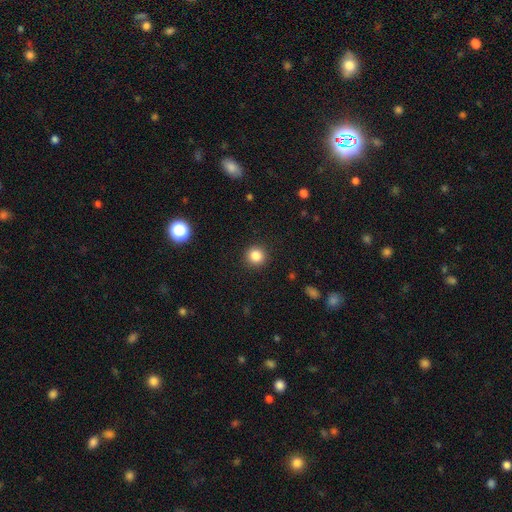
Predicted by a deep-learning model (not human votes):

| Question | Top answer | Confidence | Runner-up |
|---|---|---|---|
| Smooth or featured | smooth | 84% | star or artifact (11%) |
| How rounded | round | 94% | in between (5%) |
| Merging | none | 91% | minor disturbance (5%) |